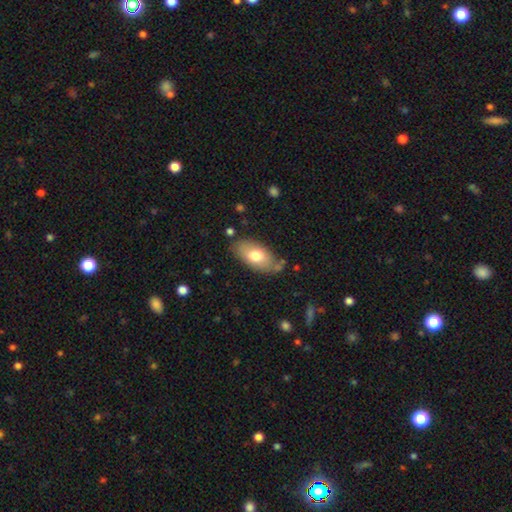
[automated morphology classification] This appears to be a smooth galaxy with no disk features (72%) that is in between round and cigar-shaped (92%). Merging: none (73%).